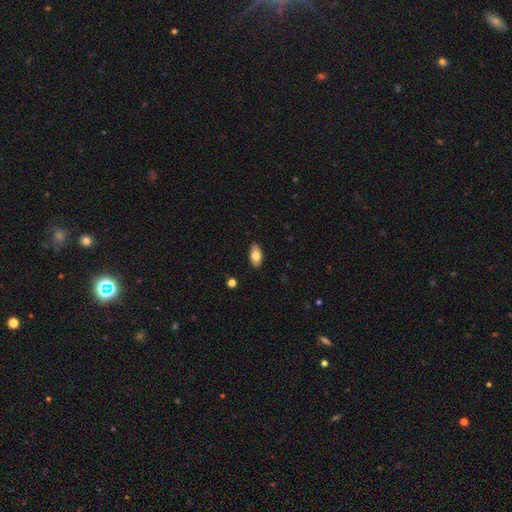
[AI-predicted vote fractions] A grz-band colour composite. It shows a smooth galaxy with no disk features (76%) that is in between round and cigar-shaped (92%). Merging: none (89%).